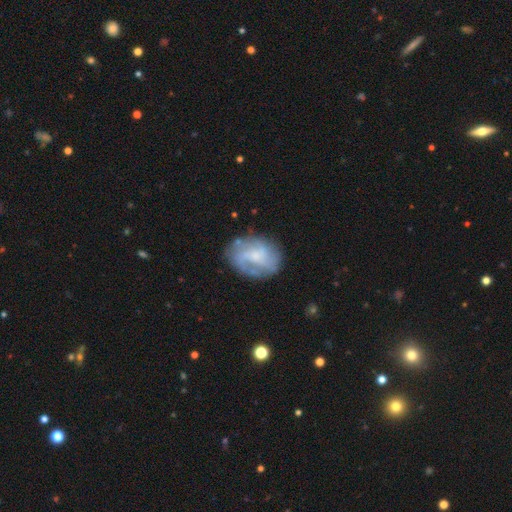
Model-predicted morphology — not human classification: Smooth or featured?
  - featured or disk: 60% *
  - smooth: 32%
  - star or artifact: 8%
Edge-on disk?
  - no: 97% *
  - yes: 3%
Bar?
  - no: 59% *
  - weak: 35%
  - strong: 7%
Spiral arms?
  - yes: 71% *
  - no: 29%
Bulge size?
  - small: 44% *
  - moderate: 26%
  - none: 24%
  - large: 4%
  - dominant: 1%
Merging?
  - none: 65% *
  - minor disturbance: 21%
  - major disturbance: 12%
  - merger: 3%